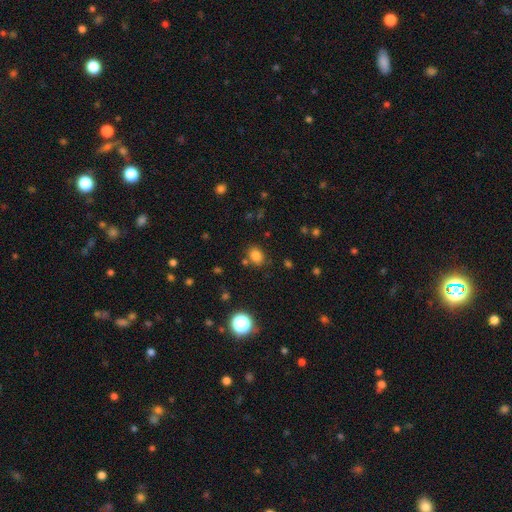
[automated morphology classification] A smooth galaxy with no disk features (81%) that is in between round and cigar-shaped (63%). Merging: none (78%).